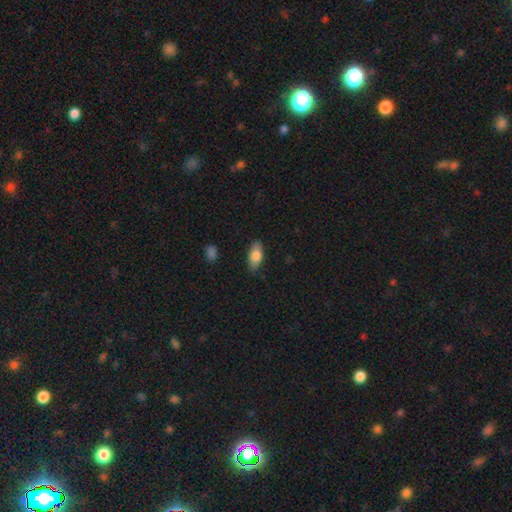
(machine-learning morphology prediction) The model was most divided on "smooth or featured": smooth: 80%, featured or disk: 14%, star or artifact: 6%. More confident: how rounded — in between (88%); merging — none (83%).